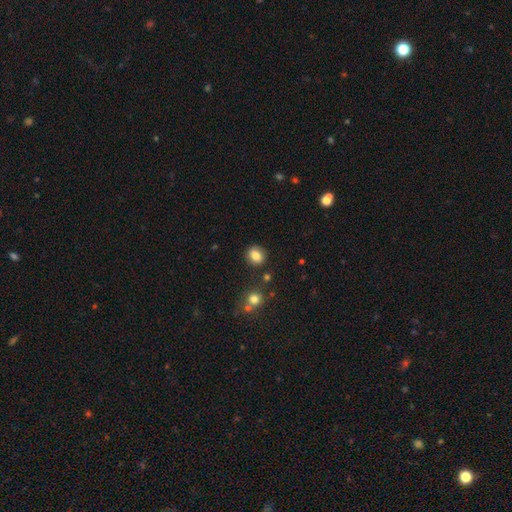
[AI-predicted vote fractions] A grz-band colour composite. It shows a smooth galaxy with no disk features (83%) that is round (66%). Merging: none (84%).